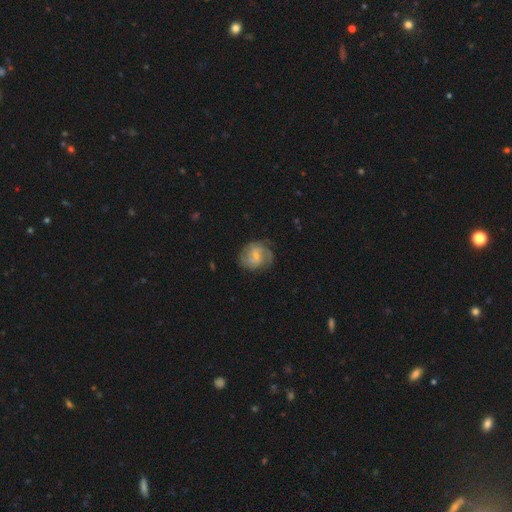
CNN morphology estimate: Smooth or featured? Predicted: featured or disk (p=0.62). Edge-on disk? Predicted: no (p=0.98). Bar? Predicted: weak (p=0.51). Spiral arms? Predicted: yes (p=0.86). Spiral winding? Predicted: medium (p=0.44). Spiral arm count? Predicted: 2 (p=0.46). Bulge size? Predicted: small (p=0.57). Merging? Predicted: none (p=0.68).